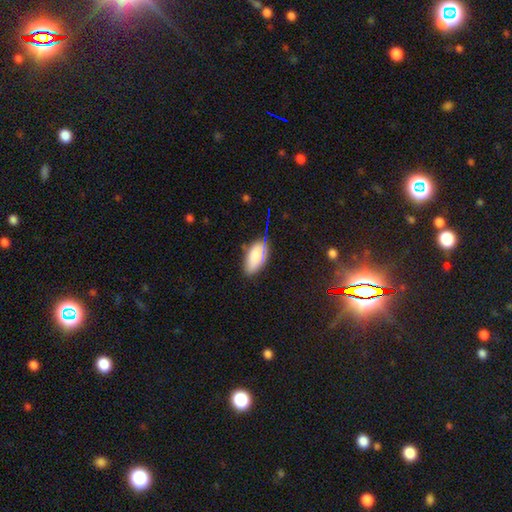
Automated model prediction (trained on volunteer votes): A smooth galaxy with no disk features (78%) that is in between round and cigar-shaped (92%).

Vote fractions:
- Smooth or featured? smooth: 78% / featured or disk: 13% / star or artifact: 10%
- How rounded? in between: 92% / cigar-shaped: 6% / round: 3%
- Merging? none: 66% / minor disturbance: 25% / major disturbance: 5% / merger: 3%